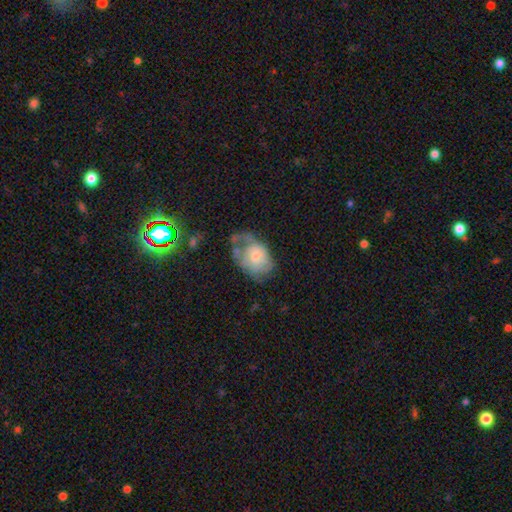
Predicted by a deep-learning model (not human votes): Smooth or featured? Predicted: featured or disk (p=0.54). Edge-on disk? Predicted: no (p=0.96). Bar? Predicted: no (p=0.74). Spiral arms? Predicted: yes (p=0.68). Bulge size? Predicted: moderate (p=0.45). Merging? Predicted: major disturbance (p=0.35).